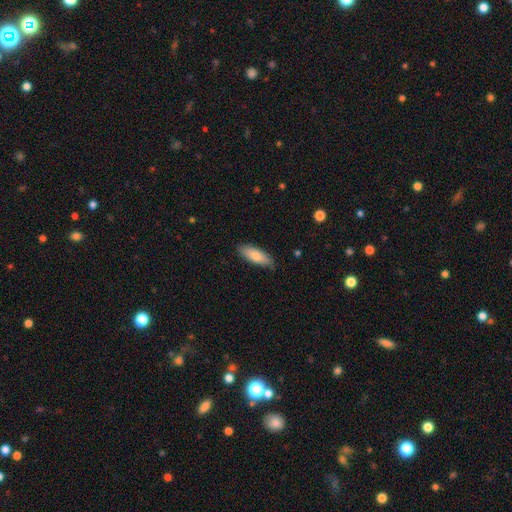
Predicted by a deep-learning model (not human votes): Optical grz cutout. It shows a smooth galaxy with no disk features (79%) that is in between round and cigar-shaped (65%). Merging: none (83%).